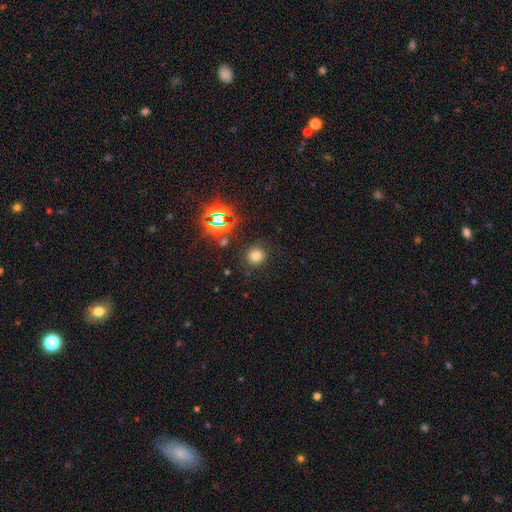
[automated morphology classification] Smooth or featured? Predicted: smooth (p=0.69). How rounded? Predicted: round (p=0.84). Merging? Predicted: none (p=0.83).